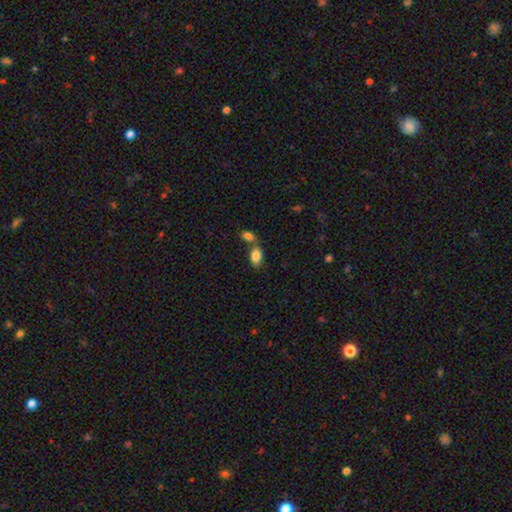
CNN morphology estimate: Smooth or featured: smooth — 84% (featured or disk — 8%)
How rounded: in between — 90% (round — 8%)
Merging: none — 46% (merger — 40%)